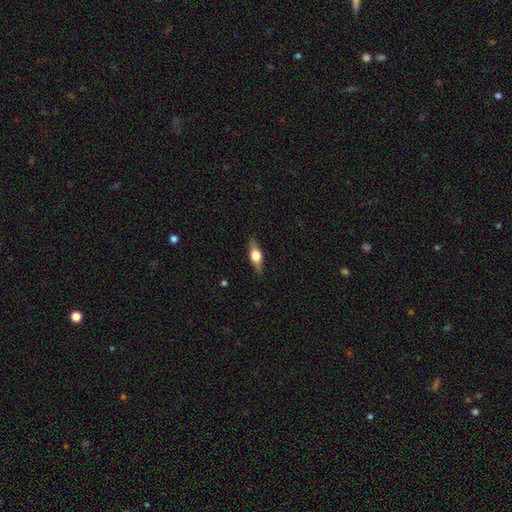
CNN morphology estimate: Smooth or featured? Predicted: featured or disk (p=0.53). Edge-on disk? Predicted: yes (p=0.93). Merging? Predicted: none (p=0.86).